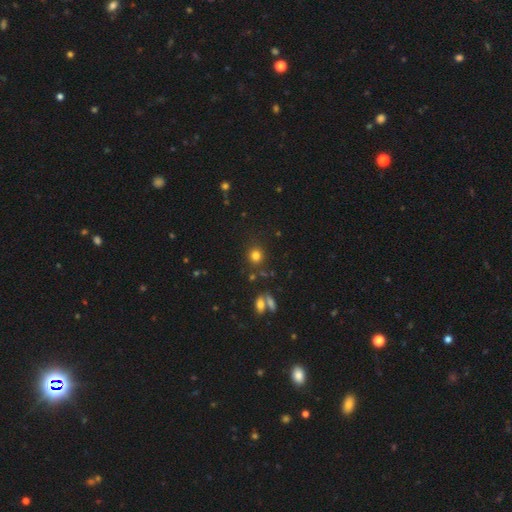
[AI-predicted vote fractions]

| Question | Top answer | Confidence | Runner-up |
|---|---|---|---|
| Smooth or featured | smooth | 78% | star or artifact (16%) |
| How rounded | round | 86% | in between (13%) |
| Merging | none | 81% | minor disturbance (9%) |